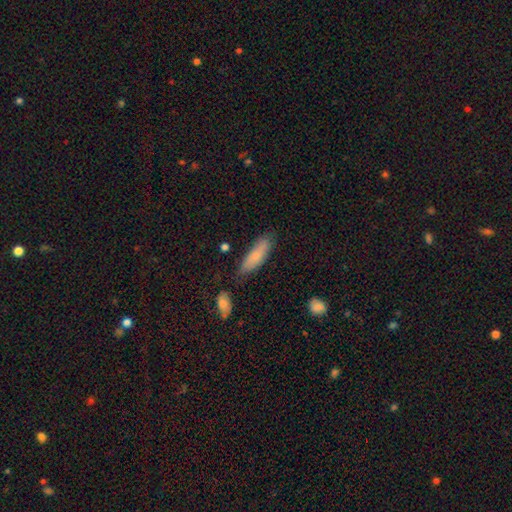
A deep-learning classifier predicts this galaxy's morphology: Overall: smooth (78%). How rounded: cigar-shaped (54%; in between 44%). Merging: none (70%).